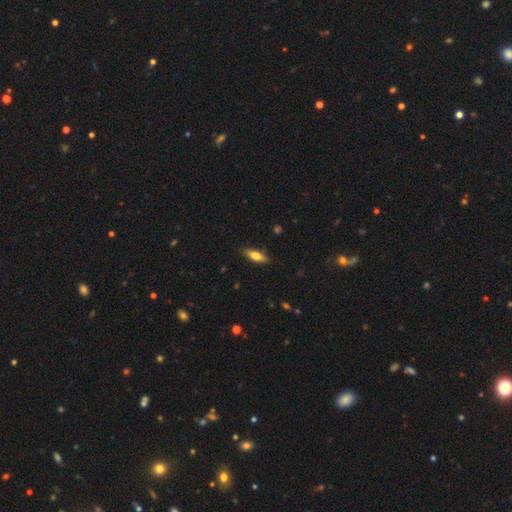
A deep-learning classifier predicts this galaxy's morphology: This is likely a smooth galaxy (74%). How rounded: possibly in between (56%). Merging: clearly none (86%).